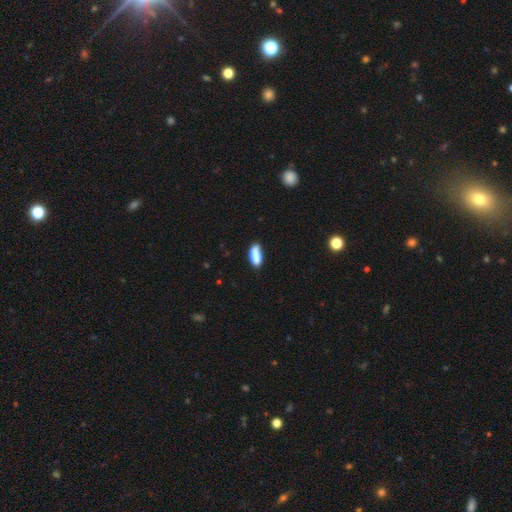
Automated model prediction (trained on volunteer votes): Overall: smooth (81%). How rounded: in between (78%). Merging: none (61%; minor disturbance 25%).